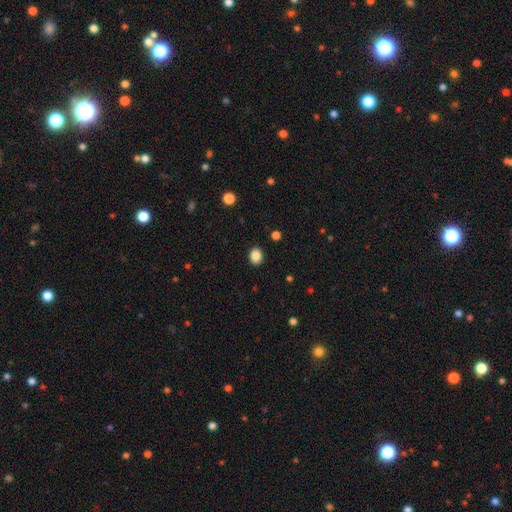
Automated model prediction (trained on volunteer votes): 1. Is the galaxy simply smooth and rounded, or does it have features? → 87% smooth, 10% star or artifact, 4% featured or disk.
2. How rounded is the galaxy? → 51% round, 48% in between, 1% cigar-shaped.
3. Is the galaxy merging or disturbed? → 90% none, 7% minor disturbance, 2% major disturbance, 1% merger.